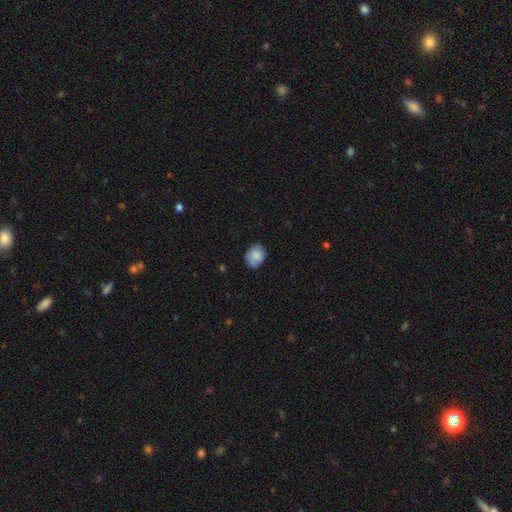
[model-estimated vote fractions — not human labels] A smooth galaxy with no disk features (81%) that is in between round and cigar-shaped (51%).

Vote fractions:
- Smooth or featured? smooth: 81% / featured or disk: 12% / star or artifact: 8%
- How rounded? in between: 51% / round: 48% / cigar-shaped: 1%
- Merging? none: 67% / minor disturbance: 27% / major disturbance: 5% / merger: 1%